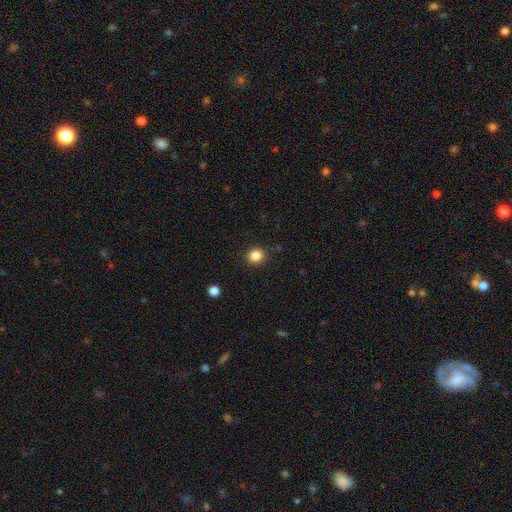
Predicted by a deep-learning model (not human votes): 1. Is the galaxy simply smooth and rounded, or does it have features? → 84% smooth, 11% star or artifact, 4% featured or disk.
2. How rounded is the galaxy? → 82% round, 17% in between, 1% cigar-shaped.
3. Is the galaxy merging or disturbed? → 89% none, 7% minor disturbance, 2% major disturbance, 1% merger.